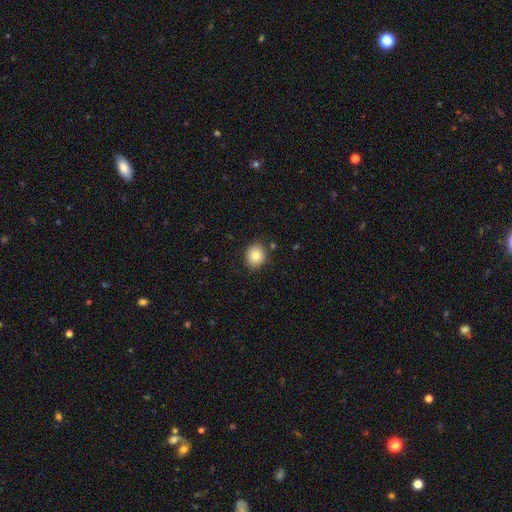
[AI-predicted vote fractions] Smooth or featured?
  - smooth: 81% *
  - star or artifact: 10%
  - featured or disk: 9%
How rounded?
  - round: 72% *
  - in between: 27%
  - cigar-shaped: 1%
Merging?
  - none: 85% *
  - minor disturbance: 10%
  - major disturbance: 2%
  - merger: 2%